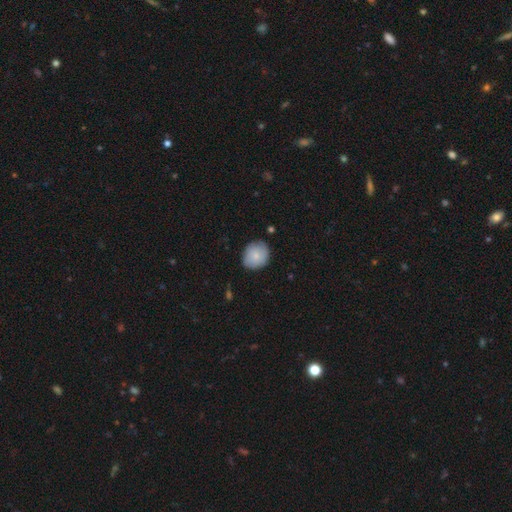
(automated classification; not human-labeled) Overall: smooth (80%). How rounded: round (71%). Merging: none (79%).